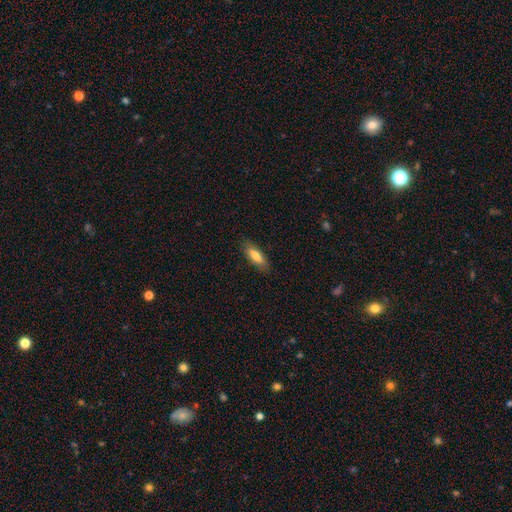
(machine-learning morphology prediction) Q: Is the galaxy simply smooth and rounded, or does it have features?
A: smooth — 75%.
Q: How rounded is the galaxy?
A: in between — 61%.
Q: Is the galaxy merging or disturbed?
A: none — 86%.